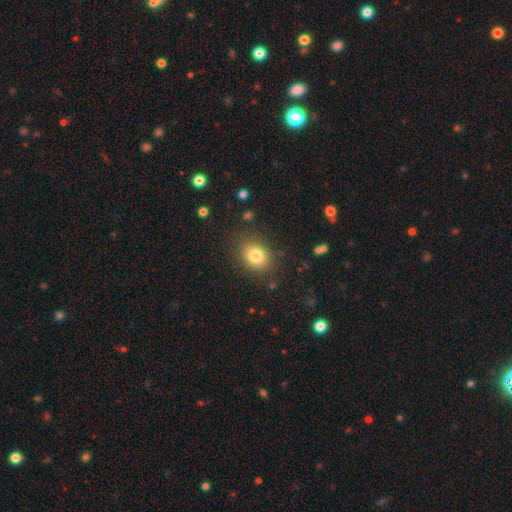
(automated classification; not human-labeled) A smooth galaxy with no disk features (81%) that is round (52%). Merging: none (84%).